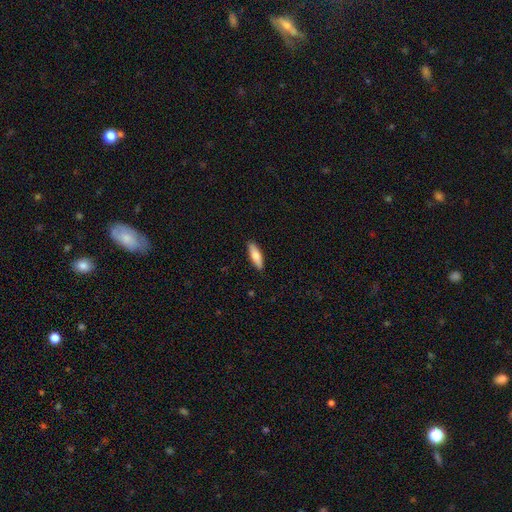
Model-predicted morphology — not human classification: smooth 77%, featured or disk 18%, star or artifact 5%. Down the decision tree: how rounded — cigar-shaped (51%); merging — none (90%).